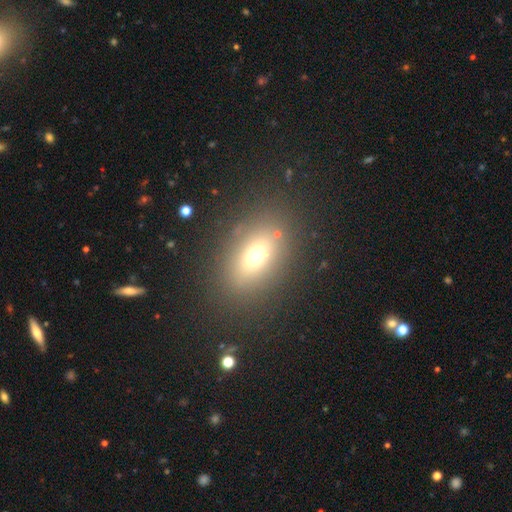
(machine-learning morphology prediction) smooth 66%, star or artifact 18%, featured or disk 16%. Down the decision tree: how rounded — in between (78%); merging — none (83%).